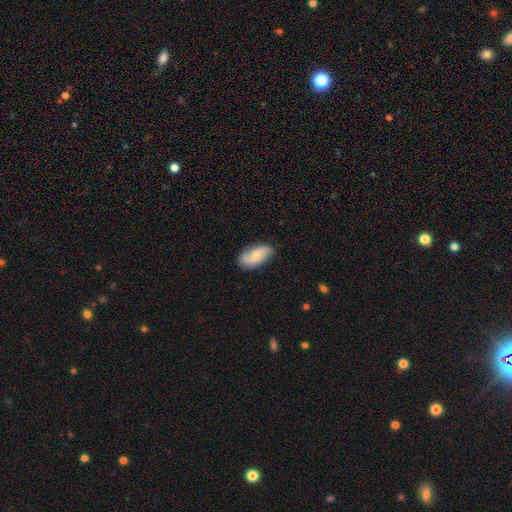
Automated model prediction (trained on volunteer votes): A smooth galaxy with no disk features (49%).

Vote fractions:
- Smooth or featured? smooth: 49% / featured or disk: 44% / star or artifact: 7%
- Merging? none: 71% / minor disturbance: 22% / major disturbance: 6% / merger: 2%